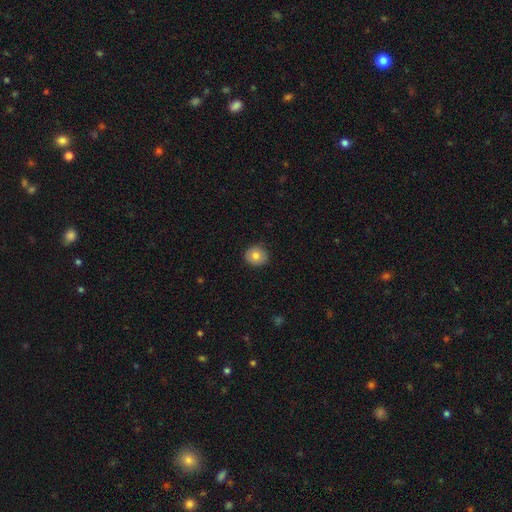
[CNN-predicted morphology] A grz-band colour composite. It shows a smooth galaxy with no disk features (81%) that is round (83%). Merging: none (87%).